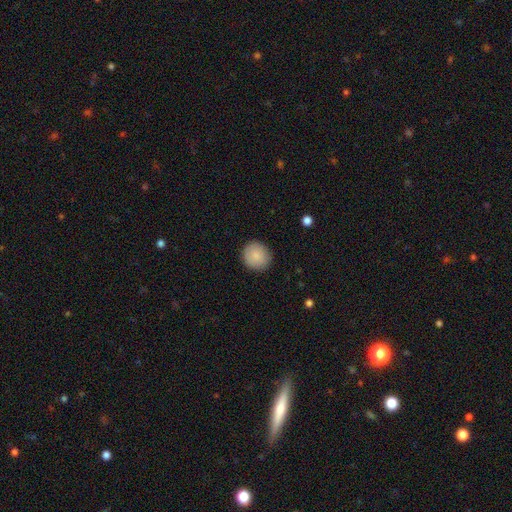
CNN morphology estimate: smooth 87%, star or artifact 7%, featured or disk 6%. Down the decision tree: how rounded — round (90%); merging — none (90%).